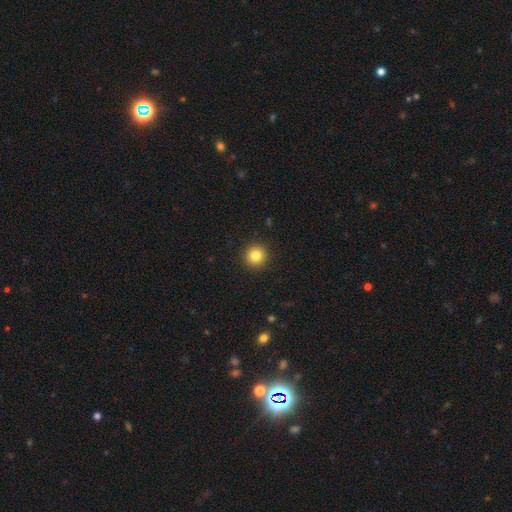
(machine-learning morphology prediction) Smooth or featured? smooth (82%)
How rounded? round (95%)
Merging? none (93%)